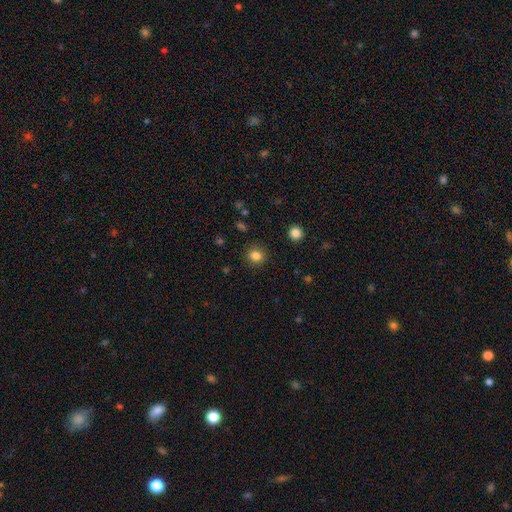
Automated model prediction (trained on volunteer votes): This appears to be a smooth galaxy with no disk features (84%) that is round (87%). Merging: none (89%).